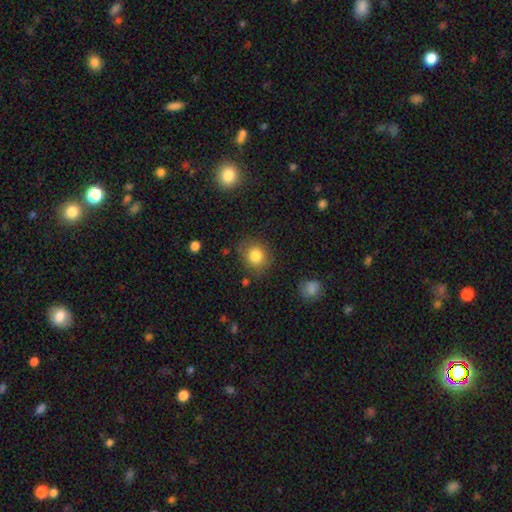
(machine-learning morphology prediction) Smooth or featured? Predicted: smooth (p=0.83). How rounded? Predicted: round (p=0.83). Merging? Predicted: none (p=0.80).